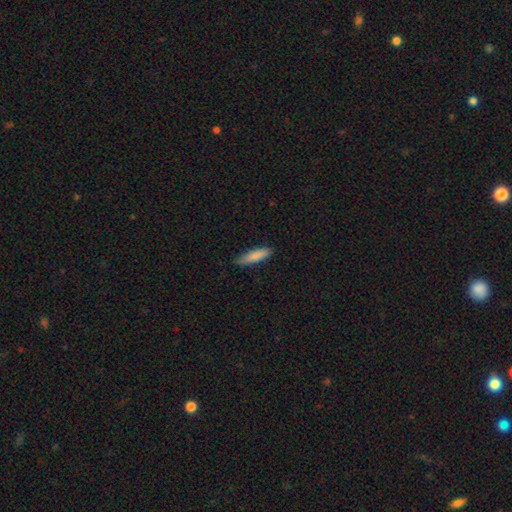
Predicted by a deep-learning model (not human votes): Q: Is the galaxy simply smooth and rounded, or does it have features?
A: smooth — 85%.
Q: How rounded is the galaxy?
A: cigar-shaped — 71%.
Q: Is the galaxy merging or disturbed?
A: none — 80%.